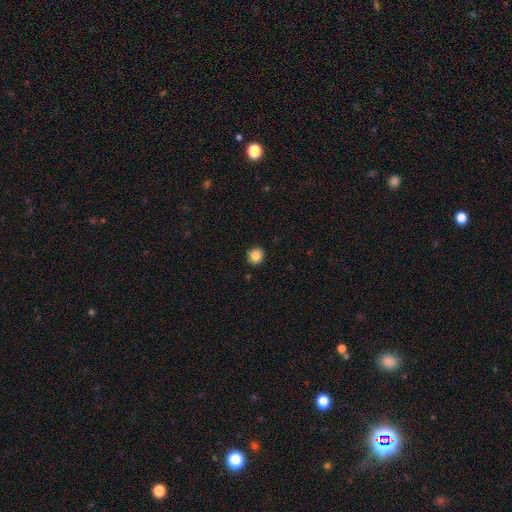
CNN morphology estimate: The model was most divided on "how rounded": round: 85%, in between: 14%, cigar-shaped: 1%. More confident: merging — none (92%); smooth or featured — smooth (86%).